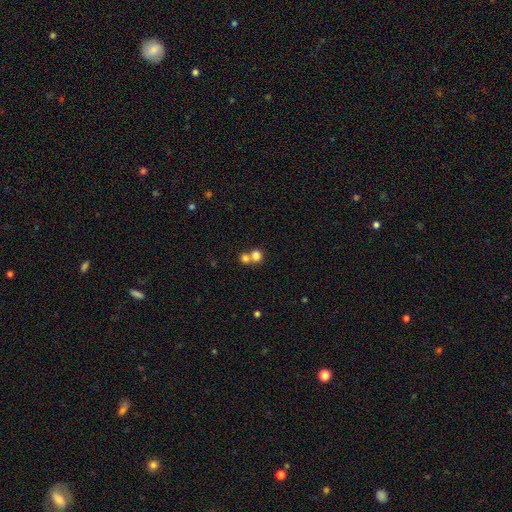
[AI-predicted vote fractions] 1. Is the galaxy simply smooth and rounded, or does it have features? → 78% smooth, 12% star or artifact, 10% featured or disk.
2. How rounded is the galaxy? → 81% round, 18% in between, 1% cigar-shaped.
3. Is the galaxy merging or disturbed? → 54% merger, 38% none, 5% minor disturbance, 3% major disturbance.